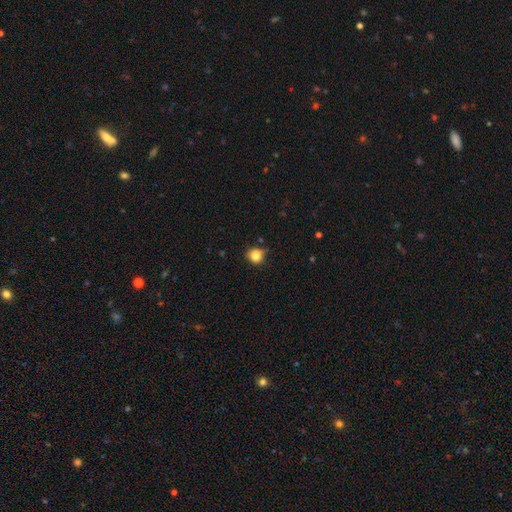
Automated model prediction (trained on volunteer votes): smooth_or_featured: smooth (p=0.84) [alt: star or artifact p=0.11]
how_rounded: round (p=0.86) [alt: in between p=0.13]
merging: none (p=0.74) [alt: minor disturbance p=0.20]